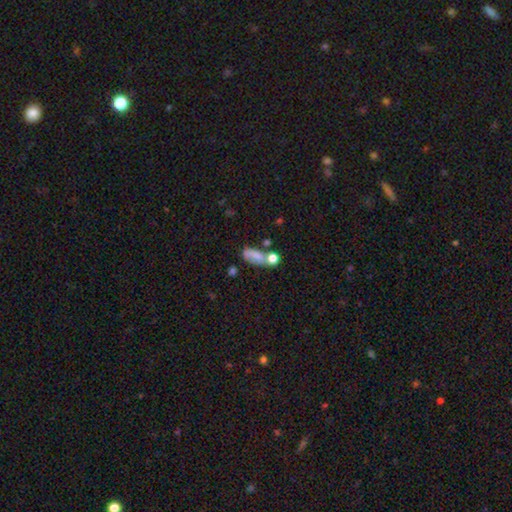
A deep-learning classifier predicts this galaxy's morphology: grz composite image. It shows a smooth galaxy with no disk features (63%) that is in between round and cigar-shaped (76%). Merging: merger (34%).